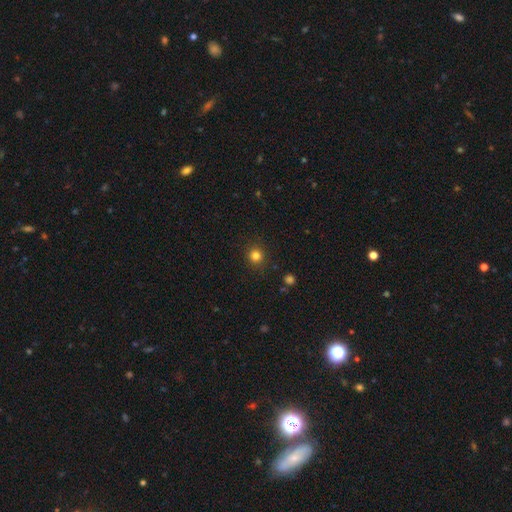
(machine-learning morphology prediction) Smooth or featured? smooth (81%)
How rounded? round (92%)
Merging? none (90%)